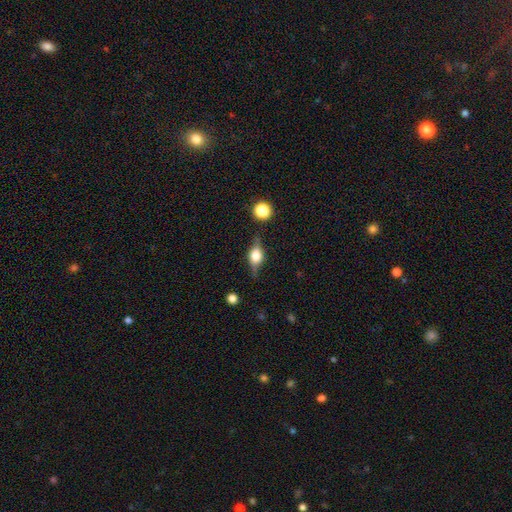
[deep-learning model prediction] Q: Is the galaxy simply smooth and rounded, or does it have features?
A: featured or disk — 60%.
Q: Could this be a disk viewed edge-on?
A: yes — 93%.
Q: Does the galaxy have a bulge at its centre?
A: rounded — 93%.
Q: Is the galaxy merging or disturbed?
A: none — 77%.